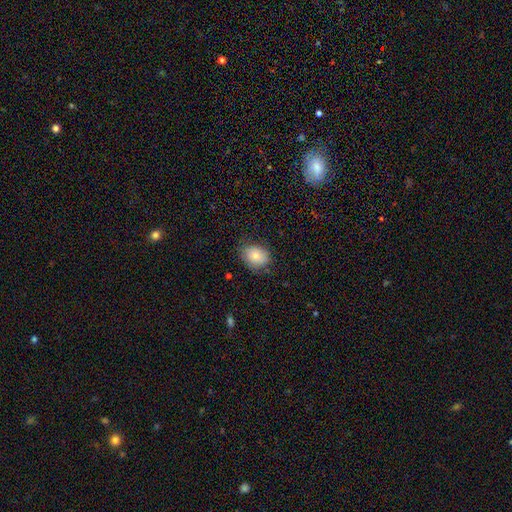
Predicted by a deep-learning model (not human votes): A smooth galaxy with no disk features (78%) that is in between round and cigar-shaped (55%).

Vote fractions:
- Smooth or featured? smooth: 78% / featured or disk: 14% / star or artifact: 9%
- How rounded? in between: 55% / round: 44% / cigar-shaped: 1%
- Merging? none: 76% / minor disturbance: 19% / major disturbance: 4% / merger: 1%